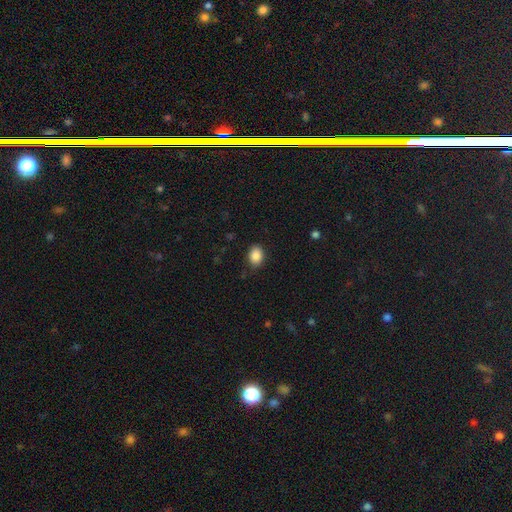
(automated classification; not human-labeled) The model was most divided on "how rounded": in between: 71%, round: 28%, cigar-shaped: 1%. More confident: smooth or featured — smooth (89%); merging — none (84%).